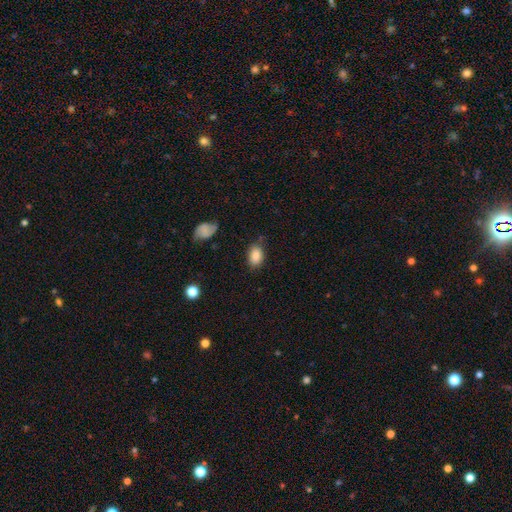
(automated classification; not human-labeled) This is clearly a smooth galaxy (86%). How rounded: clearly in between (84%). Merging: likely none (75%).